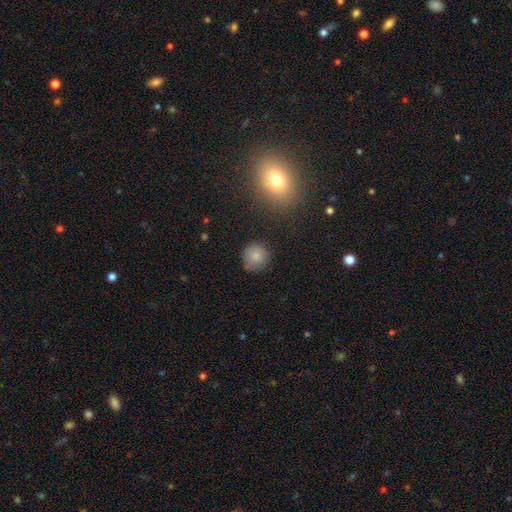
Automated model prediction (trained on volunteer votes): Smooth or featured? smooth (81%)
How rounded? round (92%)
Merging? none (83%)